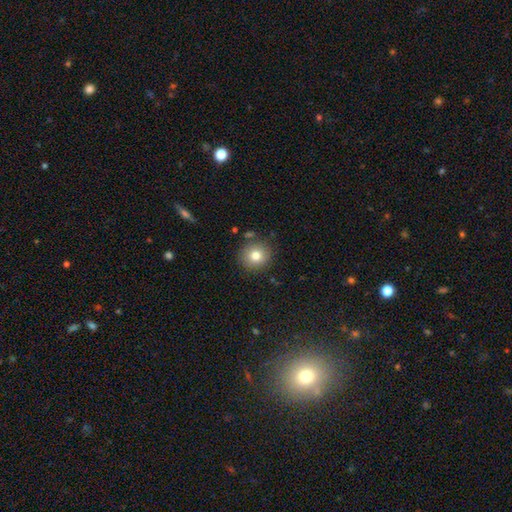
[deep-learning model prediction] smooth_or_featured: smooth (p=0.78) [alt: star or artifact p=0.11]
how_rounded: round (p=0.89) [alt: in between p=0.10]
merging: none (p=0.85) [alt: minor disturbance p=0.09]